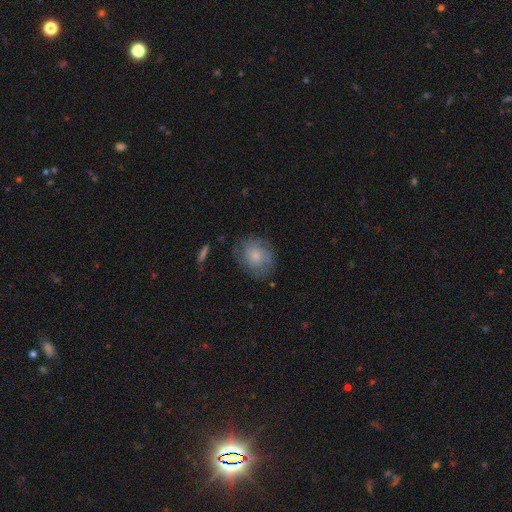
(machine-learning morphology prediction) Overall: smooth (69%). How rounded: round (58%; in between 41%). Merging: none (69%).